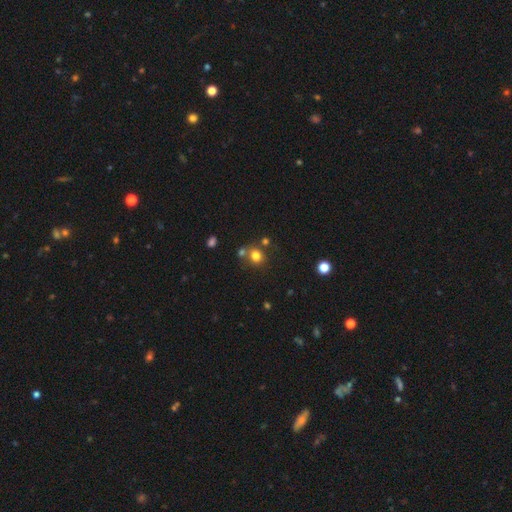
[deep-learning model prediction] Smooth or featured? Predicted: smooth (p=0.77). How rounded? Predicted: round (p=0.79). Merging? Predicted: none (p=0.67).